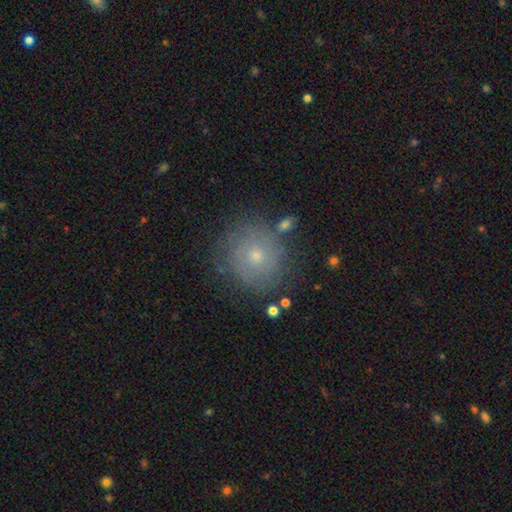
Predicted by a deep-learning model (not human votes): Q: Smooth or featured?
A: smooth (52%); runner-up: featured or disk (35%)
Q: How rounded?
A: round (89%); runner-up: in between (10%)
Q: Merging?
A: none (77%); runner-up: minor disturbance (14%)